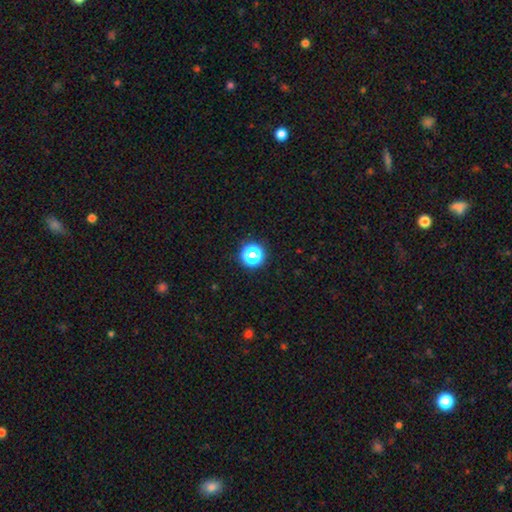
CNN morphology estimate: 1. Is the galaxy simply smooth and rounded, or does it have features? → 61% smooth, 31% star or artifact, 7% featured or disk.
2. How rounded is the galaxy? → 91% round, 7% in between, 1% cigar-shaped.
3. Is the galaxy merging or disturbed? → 83% none, 9% minor disturbance, 4% major disturbance, 4% merger.